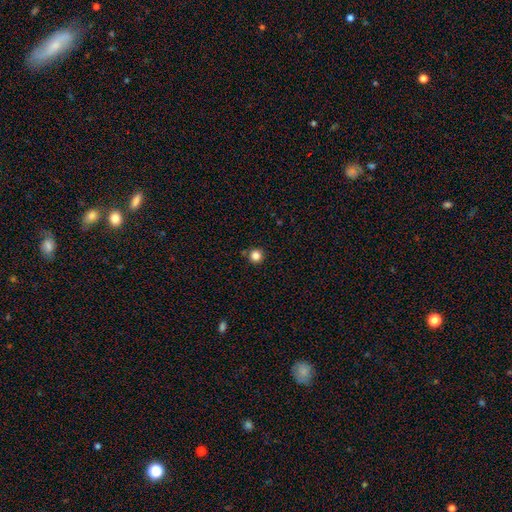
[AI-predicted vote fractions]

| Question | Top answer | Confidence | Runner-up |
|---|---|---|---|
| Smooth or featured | smooth | 84% | star or artifact (13%) |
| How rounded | round | 96% | in between (4%) |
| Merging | none | 86% | minor disturbance (8%) |